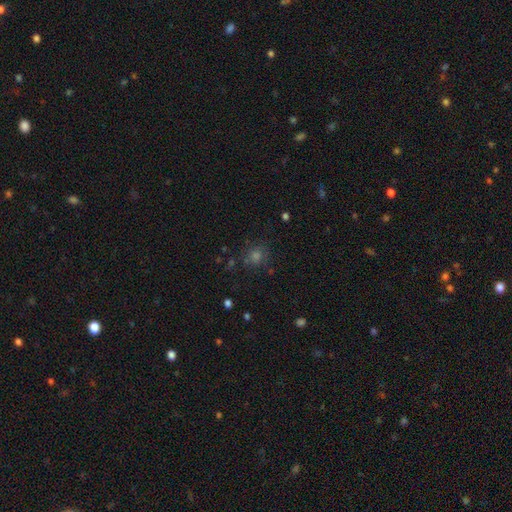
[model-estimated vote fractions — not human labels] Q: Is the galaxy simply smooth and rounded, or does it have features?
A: smooth — 60%.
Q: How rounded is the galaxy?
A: round — 87%.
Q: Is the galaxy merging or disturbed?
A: none — 82%.